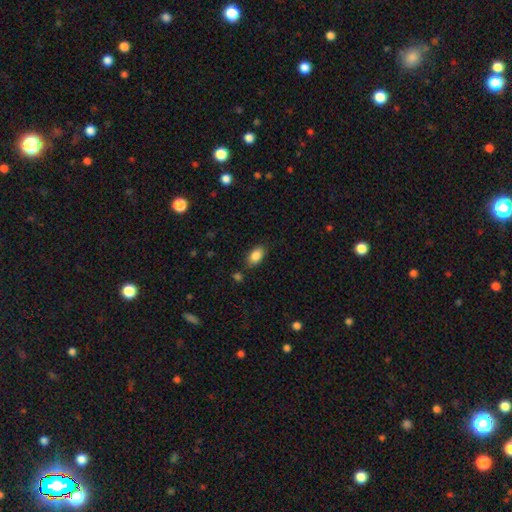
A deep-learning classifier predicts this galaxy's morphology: type=smooth (87%); roundness=in between (90%); merging=none (80%).